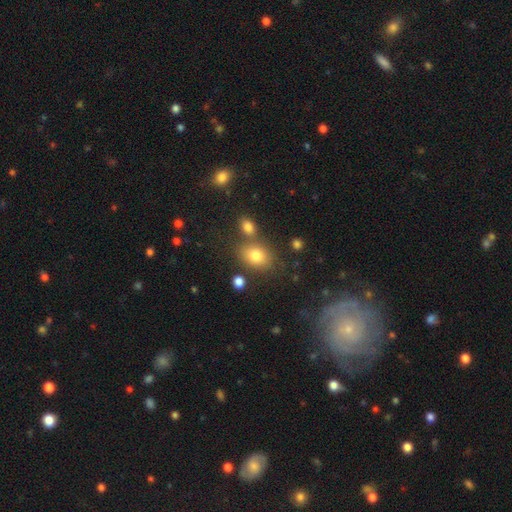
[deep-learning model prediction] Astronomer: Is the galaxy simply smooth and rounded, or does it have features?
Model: smooth — 79%.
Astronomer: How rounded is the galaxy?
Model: in between — 67%.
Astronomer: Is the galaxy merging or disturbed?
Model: none — 65%.